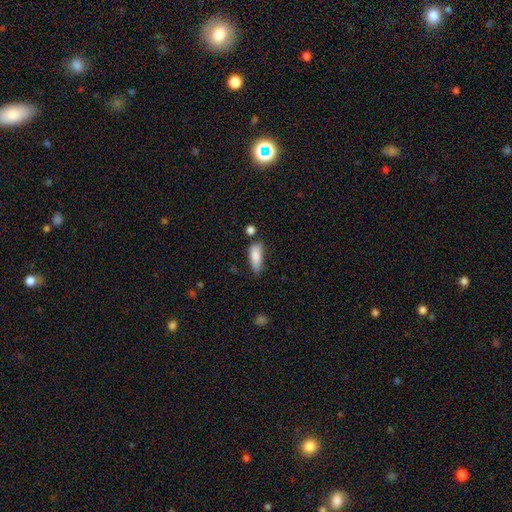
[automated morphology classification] type=smooth (84%); roundness=in between (72%); merging=none (53%).